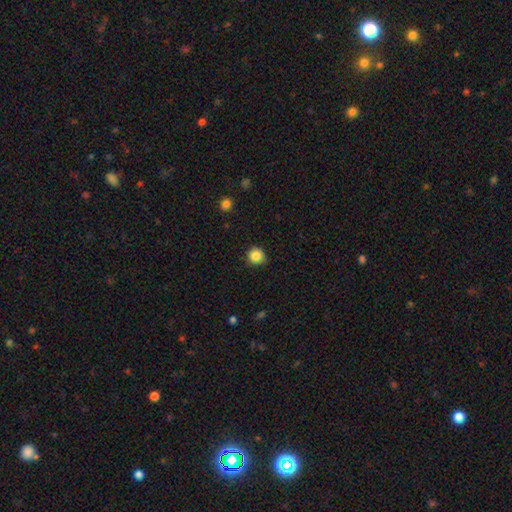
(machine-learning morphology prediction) This appears to be a smooth galaxy with no disk features (86%) that is round (91%). Merging: none (81%).